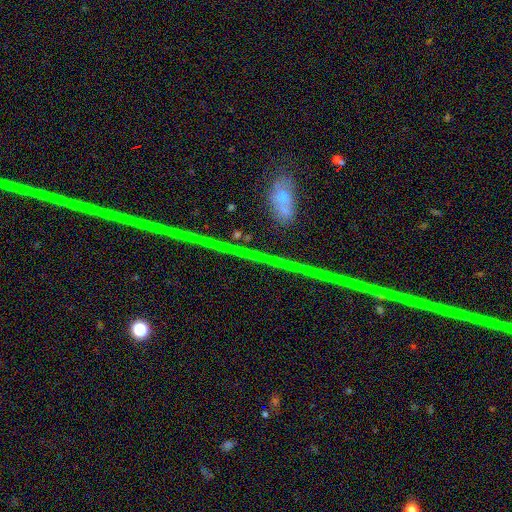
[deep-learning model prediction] This appears to be a star or artifact, not a galaxy (69%).